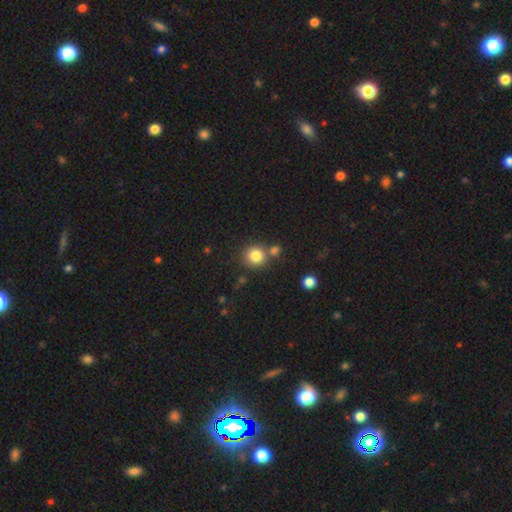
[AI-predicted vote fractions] The model was most divided on "merging": none: 70%, merger: 18%, minor disturbance: 9%, major disturbance: 3%. More confident: how rounded — round (90%); smooth or featured — smooth (82%).